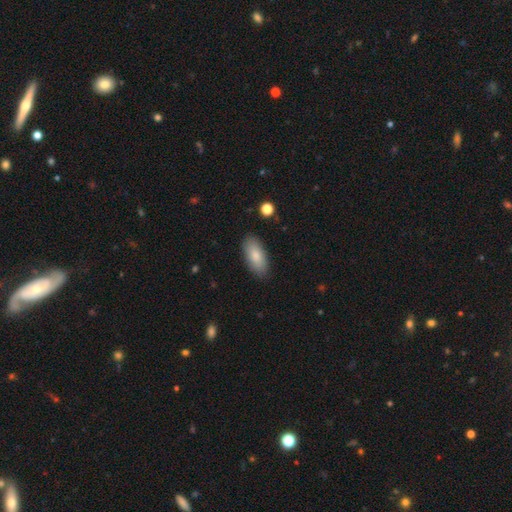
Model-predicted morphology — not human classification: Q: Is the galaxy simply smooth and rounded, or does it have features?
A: smooth — 83%.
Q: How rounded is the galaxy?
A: in between — 87%.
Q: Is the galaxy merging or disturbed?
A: none — 87%.